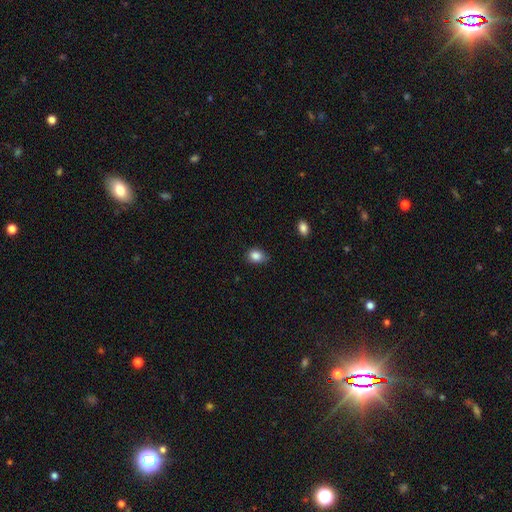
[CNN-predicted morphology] A smooth galaxy with no disk features (85%) that is in between round and cigar-shaped (57%). Merging: none (69%).